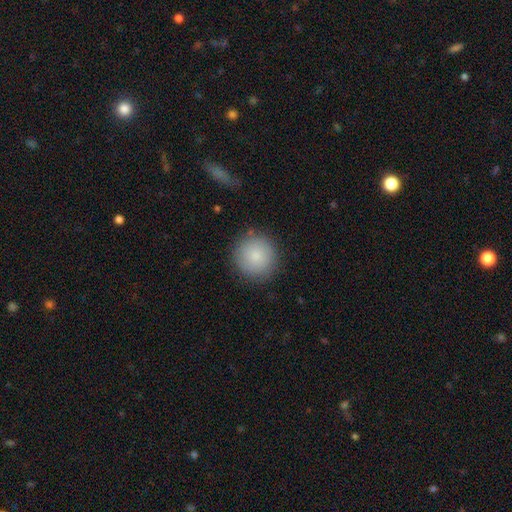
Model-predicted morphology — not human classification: smooth-or-featured: smooth: 85% | featured or disk: 8% | star or artifact: 7%
  how-rounded: round: 94% | in between: 5% | cigar-shaped: 1%
  merging: none: 88% | minor disturbance: 9% | major disturbance: 3% | merger: 1%